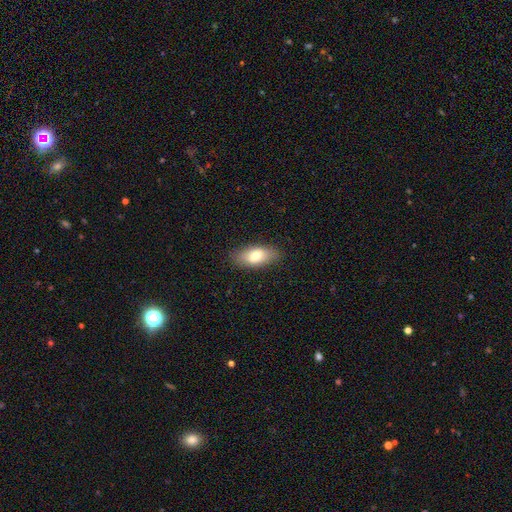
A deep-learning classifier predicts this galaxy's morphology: Smooth or featured? smooth (76%)
How rounded? in between (86%)
Merging? none (86%)